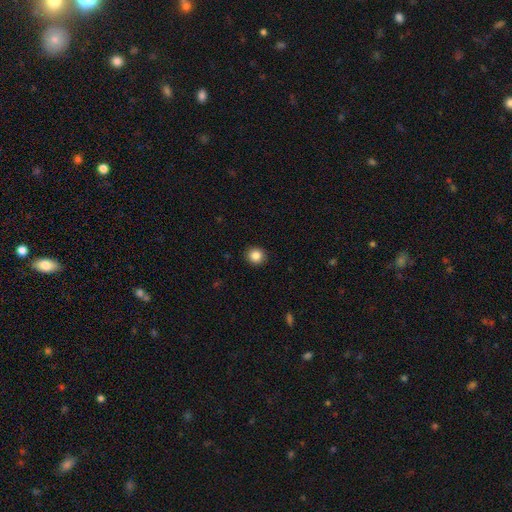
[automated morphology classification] Smooth or featured?
  - smooth: 86% *
  - star or artifact: 10%
  - featured or disk: 4%
How rounded?
  - round: 91% *
  - in between: 8%
  - cigar-shaped: 1%
Merging?
  - none: 92% *
  - minor disturbance: 6%
  - major disturbance: 2%
  - merger: 1%